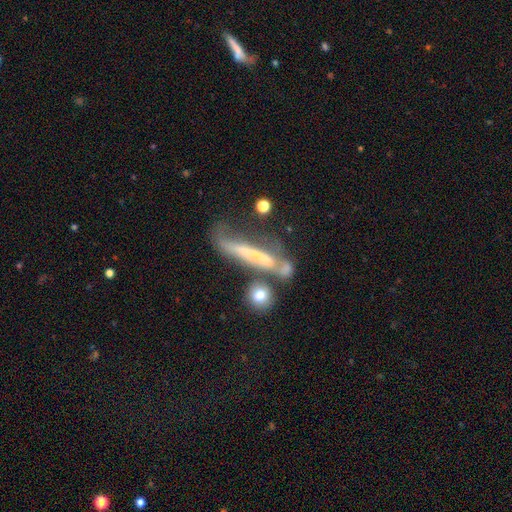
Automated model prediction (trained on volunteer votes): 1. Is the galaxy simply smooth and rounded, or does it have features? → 53% featured or disk, 36% smooth, 11% star or artifact.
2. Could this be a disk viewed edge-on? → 56% yes, 44% no.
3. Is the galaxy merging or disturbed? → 28% none, 27% major disturbance, 27% merger, 18% minor disturbance.